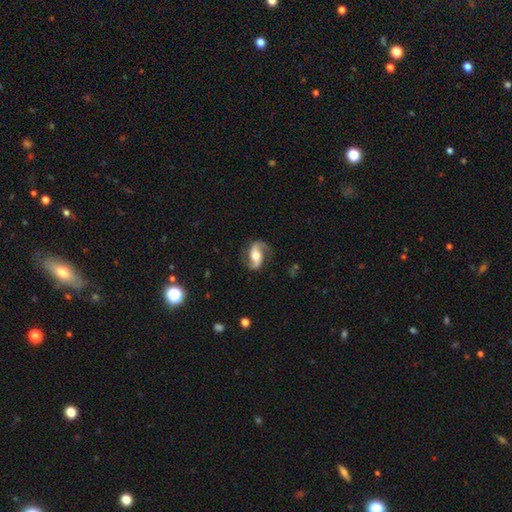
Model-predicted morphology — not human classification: smooth-or-featured: featured or disk: 85% | smooth: 9% | star or artifact: 5%
  disk-edge-on: no: 97% | yes: 3%
    bar: no: 40% | weak: 34% | strong: 26%
    has-spiral-arms: yes: 96% | no: 4%
      spiral-winding: loose: 53% | medium: 37% | tight: 10%
      spiral-arm-count: 2: 92% | 1: 3% | can't tell: 2% | 3: 1% | 4: 1% | more than 4: 1%
    bulge-size: moderate: 58% | large: 22% | small: 15% | dominant: 3% | none: 3%
  merging: none: 79% | minor disturbance: 13% | major disturbance: 6% | merger: 1%